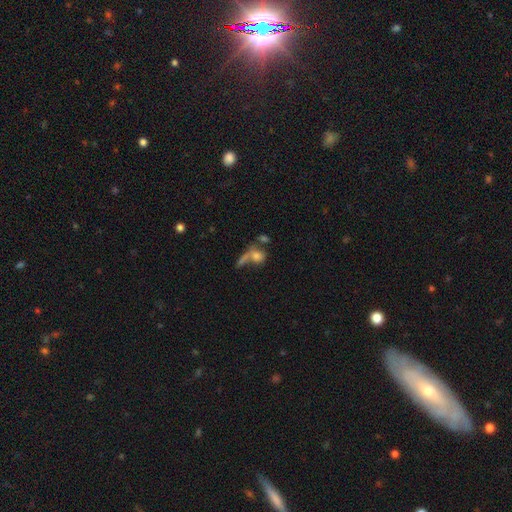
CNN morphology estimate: Smooth or featured?
  - smooth: 51% *
  - featured or disk: 25%
  - star or artifact: 24%
How rounded?
  - round: 57% *
  - in between: 35%
  - cigar-shaped: 8%
Merging?
  - none: 36% *
  - merger: 35%
  - major disturbance: 18%
  - minor disturbance: 12%